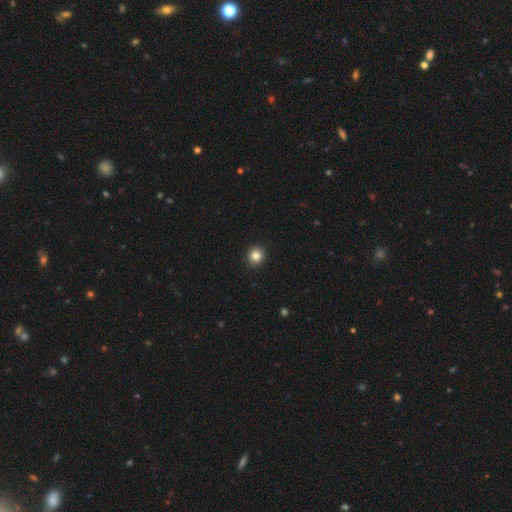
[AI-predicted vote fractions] The model was most divided on "smooth or featured": smooth: 84%, star or artifact: 11%, featured or disk: 5%. More confident: merging — none (93%); how rounded — round (88%).